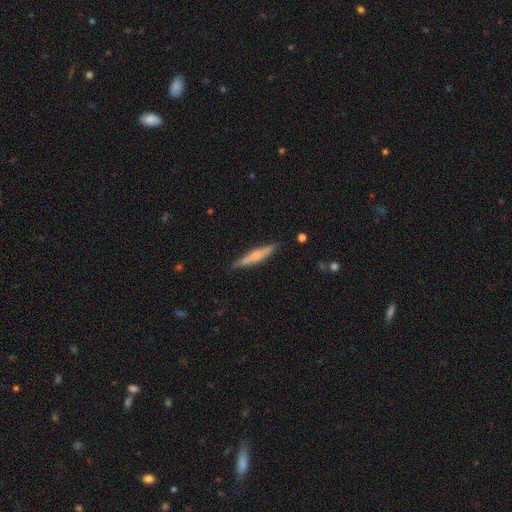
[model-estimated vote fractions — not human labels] This appears to be a smooth galaxy with no disk features (50%) that is cigar-shaped (90%). Merging: none (86%).